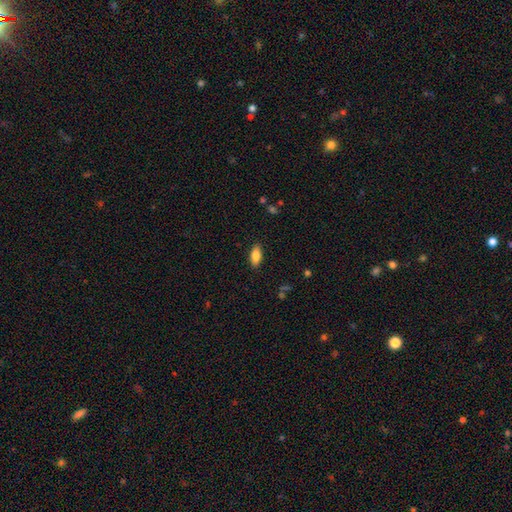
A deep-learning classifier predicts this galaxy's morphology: Overall: smooth (83%). How rounded: in between (86%). Merging: none (88%).